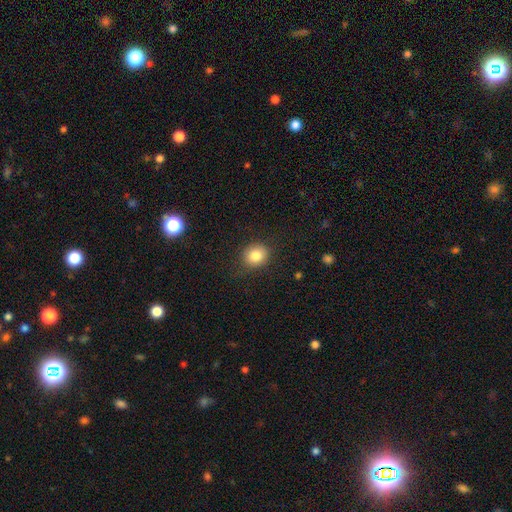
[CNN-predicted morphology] This appears to be a smooth galaxy with no disk features (83%) that is round (69%). Merging: none (83%).